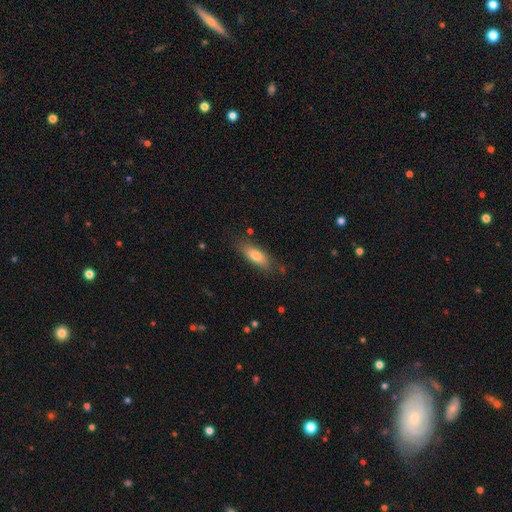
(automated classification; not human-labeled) Smooth or featured? smooth (78%)
How rounded? in between (68%)
Merging? none (77%)